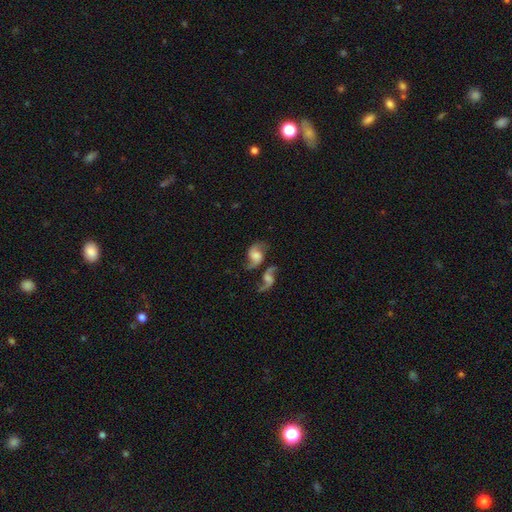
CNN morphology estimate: Smooth or featured?
  - featured or disk: 67% *
  - smooth: 23%
  - star or artifact: 9%
Edge-on disk?
  - no: 96% *
  - yes: 4%
Bar?
  - no: 55% *
  - weak: 36%
  - strong: 9%
Spiral arms?
  - yes: 89% *
  - no: 11%
Spiral winding?
  - loose: 64% *
  - medium: 30%
  - tight: 7%
Spiral arm count?
  - 2: 81% *
  - 1: 7%
  - can't tell: 6%
  - 3: 3%
  - 4: 1%
  - more than 4: 1%
Bulge size?
  - moderate: 36% *
  - large: 26%
  - small: 19%
  - none: 15%
  - dominant: 4%
Merging?
  - merger: 37% *
  - none: 34%
  - major disturbance: 15%
  - minor disturbance: 15%